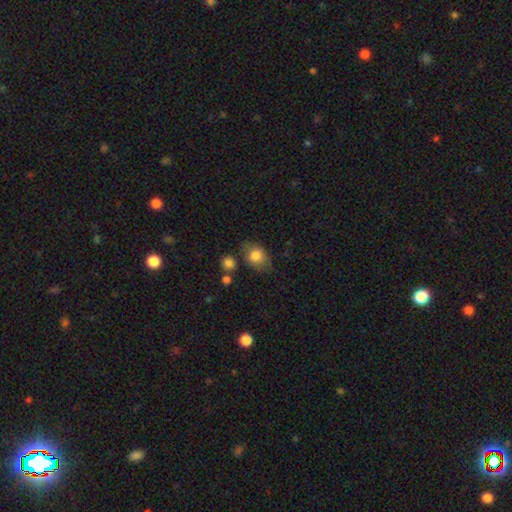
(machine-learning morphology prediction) Smooth or featured: smooth — 79% (featured or disk — 13%)
How rounded: in between — 61% (round — 37%)
Merging: none — 64% (minor disturbance — 23%)